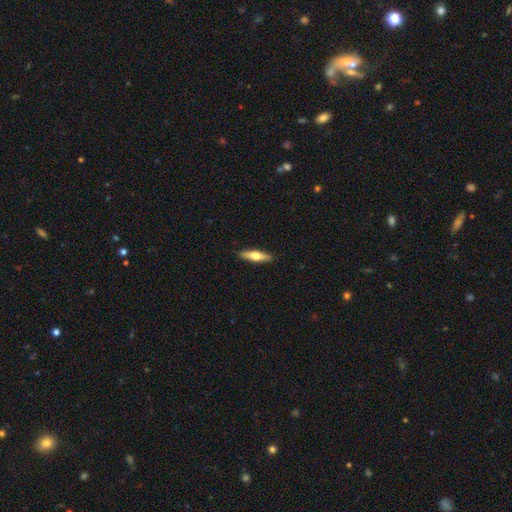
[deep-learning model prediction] This appears to be a smooth galaxy with no disk features (53%) that is cigar-shaped (69%). Merging: none (91%).